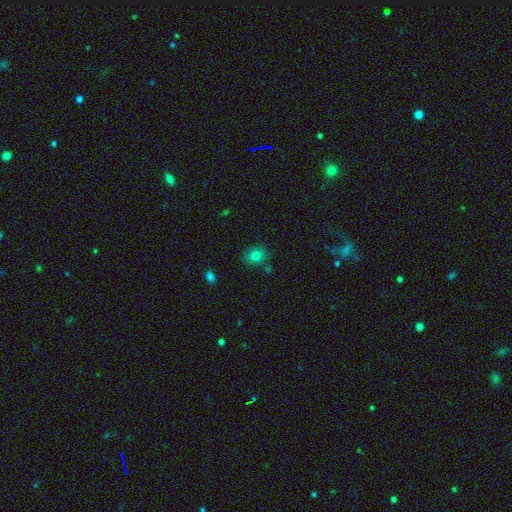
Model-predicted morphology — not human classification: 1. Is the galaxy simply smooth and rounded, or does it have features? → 80% smooth, 12% star or artifact, 8% featured or disk.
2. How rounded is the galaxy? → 62% round, 37% in between, 1% cigar-shaped.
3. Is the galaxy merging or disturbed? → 80% none, 13% minor disturbance, 4% merger, 3% major disturbance.